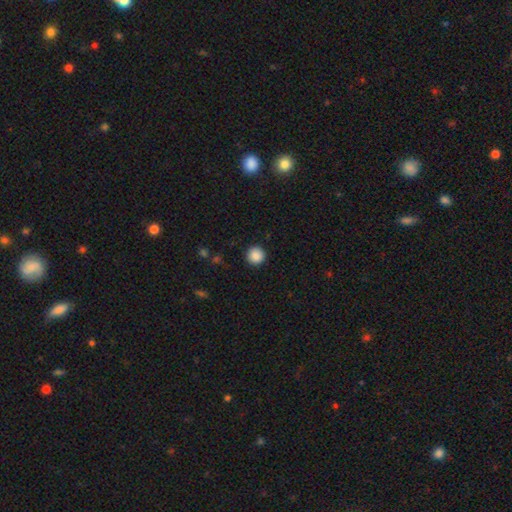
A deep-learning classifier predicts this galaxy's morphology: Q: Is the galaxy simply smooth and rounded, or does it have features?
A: smooth — 88%.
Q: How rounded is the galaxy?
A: round — 95%.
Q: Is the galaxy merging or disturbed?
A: none — 92%.